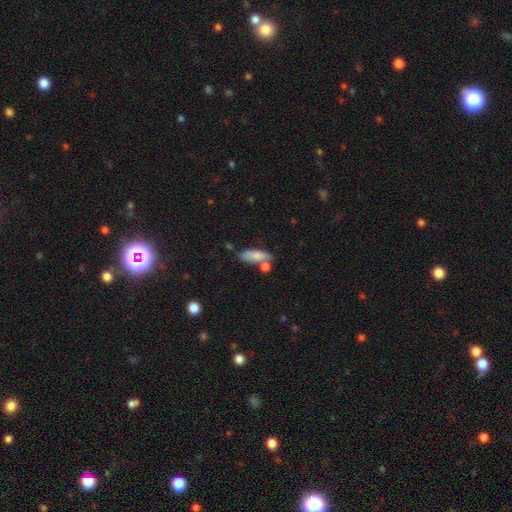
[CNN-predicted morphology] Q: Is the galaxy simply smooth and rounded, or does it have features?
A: smooth — 79%.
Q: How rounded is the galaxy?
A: in between — 63%.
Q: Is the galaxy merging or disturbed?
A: none — 53%.